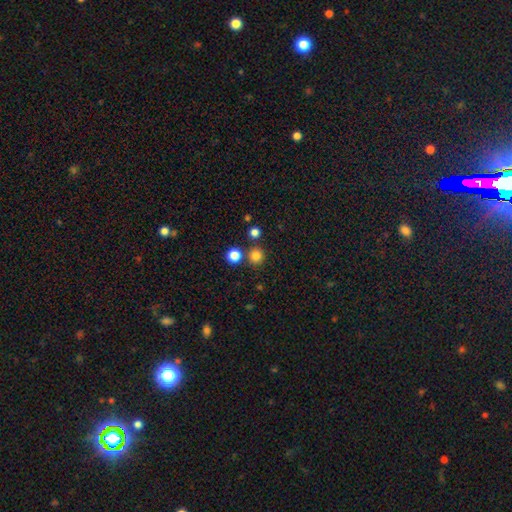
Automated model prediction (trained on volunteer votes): This is clearly a smooth galaxy (81%). How rounded: clearly round (93%). Merging: likely none (79%).